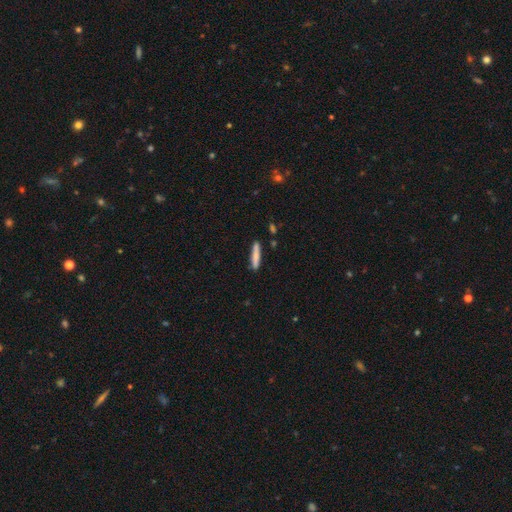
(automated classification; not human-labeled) Smooth or featured? Predicted: smooth (p=0.80). How rounded? Predicted: cigar-shaped (p=0.92). Merging? Predicted: none (p=0.86).